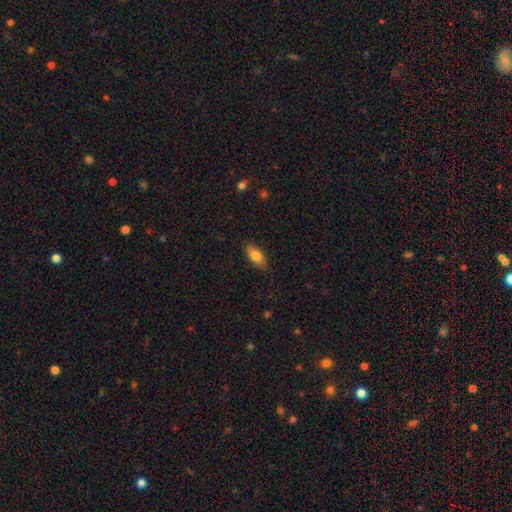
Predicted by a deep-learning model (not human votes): smooth_or_featured: smooth (p=0.79) [alt: featured or disk p=0.14]
how_rounded: in between (p=0.84) [alt: cigar-shaped p=0.13]
merging: none (p=0.85) [alt: minor disturbance p=0.11]